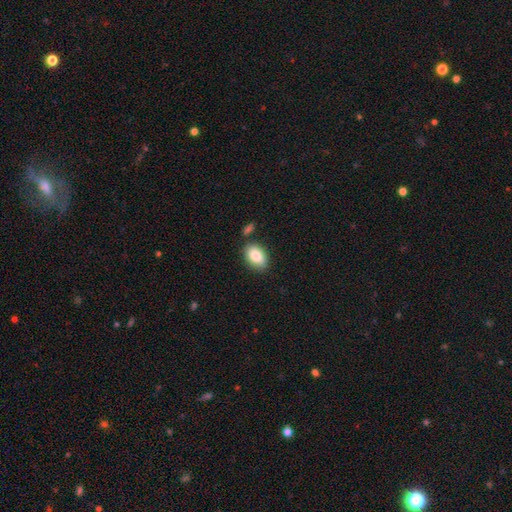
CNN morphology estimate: smooth-or-featured: smooth: 85% | featured or disk: 8% | star or artifact: 7%
  how-rounded: in between: 88% | round: 10% | cigar-shaped: 1%
  merging: none: 78% | minor disturbance: 13% | merger: 7% | major disturbance: 3%